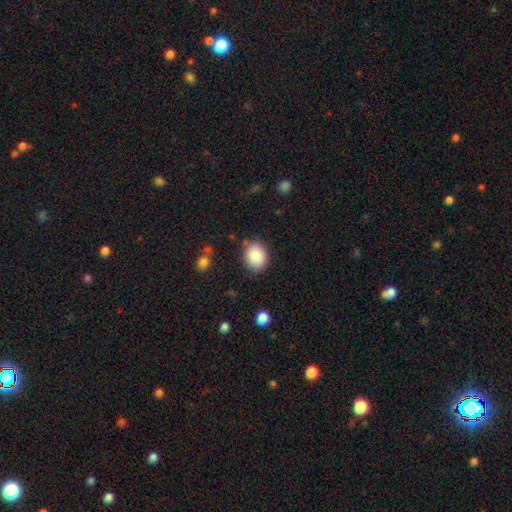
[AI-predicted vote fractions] This appears to be a smooth galaxy with no disk features (88%) that is round (50%). Merging: none (82%).